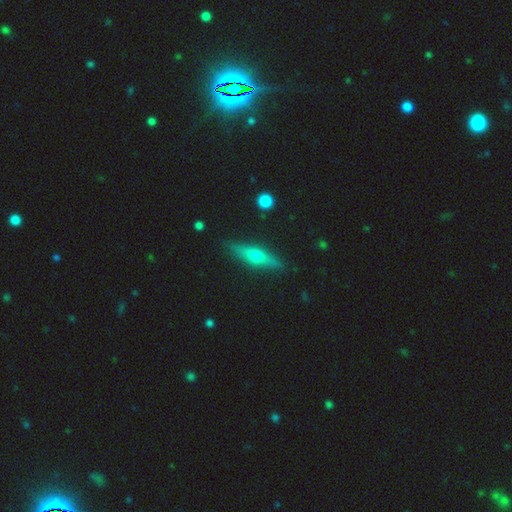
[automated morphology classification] The model was most divided on "smooth or featured": featured or disk: 56%, smooth: 36%, star or artifact: 8%. More confident: edge-on disk — yes (92%); edge-on bulge — rounded (90%); merging — none (87%).